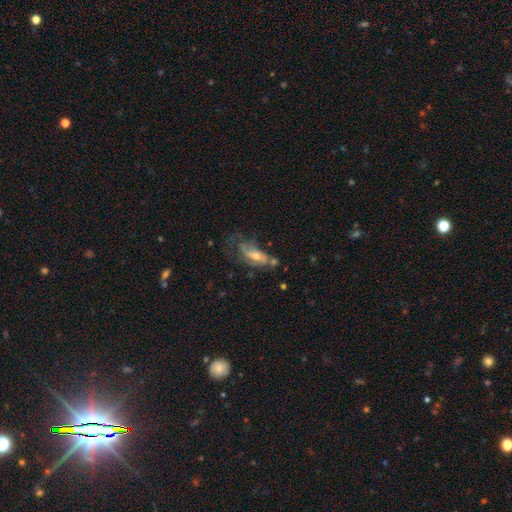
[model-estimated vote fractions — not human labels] Smooth or featured? featured or disk (61%)
Edge-on disk? no (86%)
Bar? no (58%)
Spiral arms? yes (67%)
Bulge size? moderate (56%)
Merging? none (33%, tied with major disturbance)